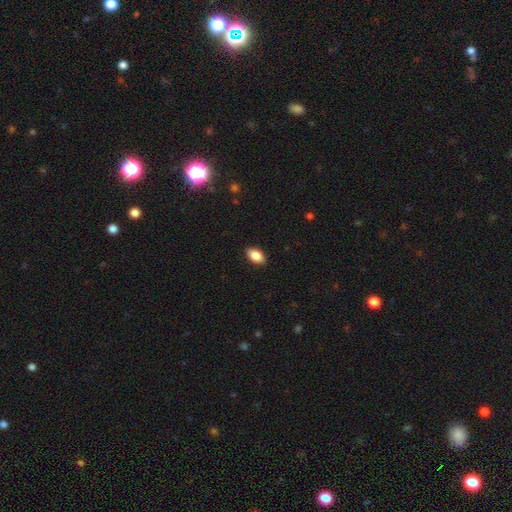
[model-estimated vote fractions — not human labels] This is clearly a smooth galaxy (86%). How rounded: clearly in between (92%). Merging: clearly none (89%).